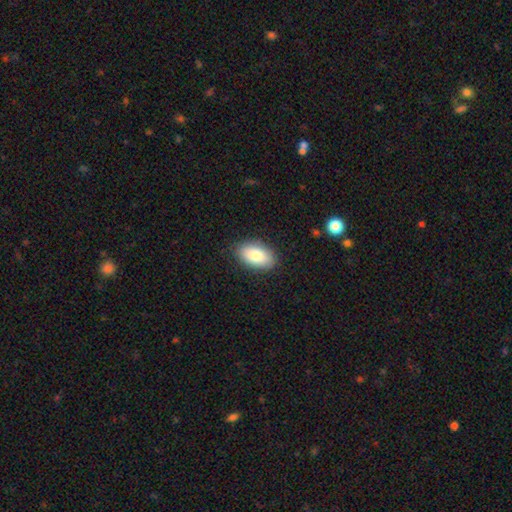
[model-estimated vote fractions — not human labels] Q: Smooth or featured?
A: smooth (84%); runner-up: featured or disk (10%)
Q: How rounded?
A: in between (94%); runner-up: round (4%)
Q: Merging?
A: none (87%); runner-up: minor disturbance (10%)